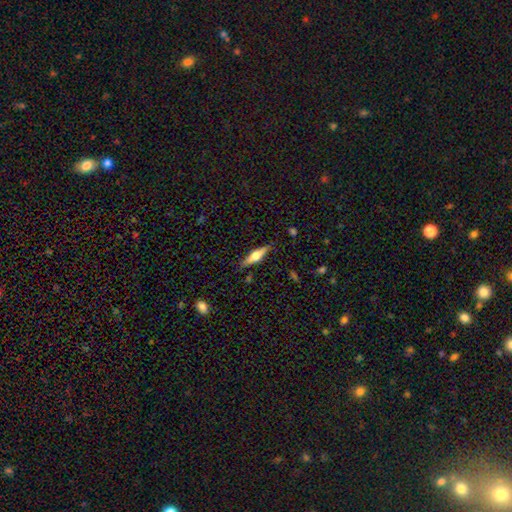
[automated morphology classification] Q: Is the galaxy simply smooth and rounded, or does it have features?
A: featured or disk — 57%.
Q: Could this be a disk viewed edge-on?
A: yes — 96%.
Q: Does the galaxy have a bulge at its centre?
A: rounded — 90%.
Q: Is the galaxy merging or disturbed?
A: none — 86%.